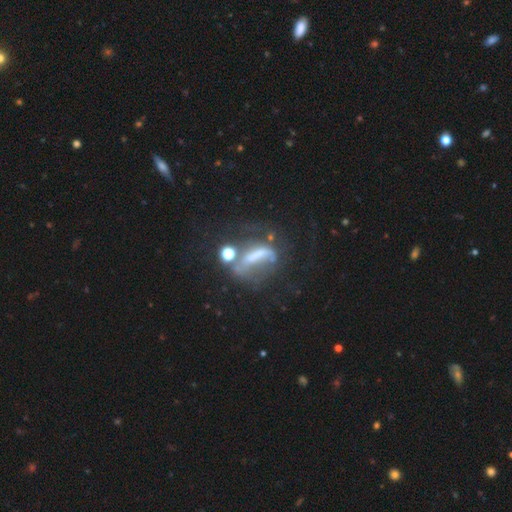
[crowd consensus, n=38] Smooth or featured: featured or disk — 63% (smooth — 29%)
Edge-on disk: no — 88% (yes — 12%)
Bar: no — 62% (weak — 29%)
Spiral arms: no — 57% (yes — 43%)
Bulge size: none — 62% (small — 29%)
Merging: major disturbance — 57% (none — 17%)